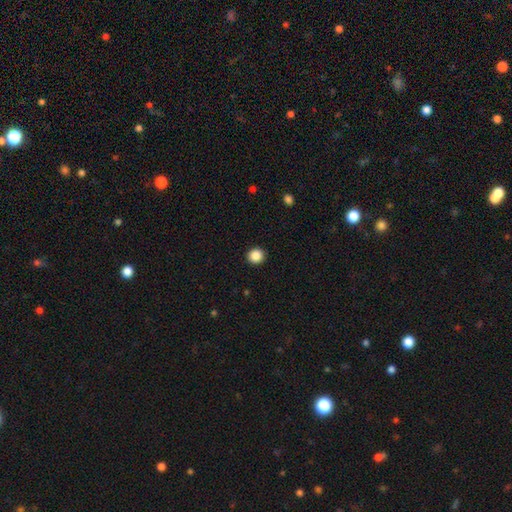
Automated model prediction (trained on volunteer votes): The model was most divided on "smooth or featured": smooth: 87%, star or artifact: 10%, featured or disk: 3%. More confident: merging — none (93%); how rounded — round (92%).